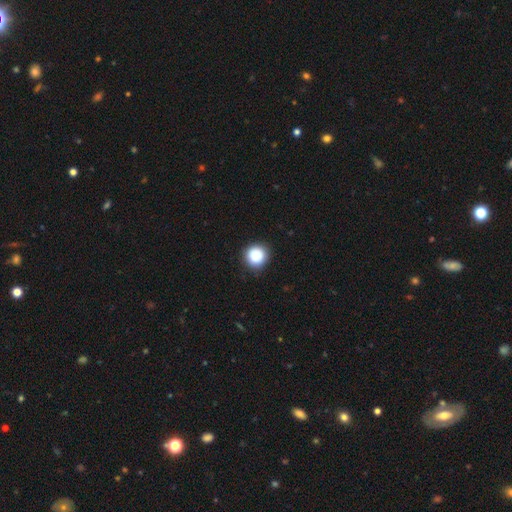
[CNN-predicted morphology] Smooth or featured? smooth (87%)
How rounded? round (92%)
Merging? none (87%)